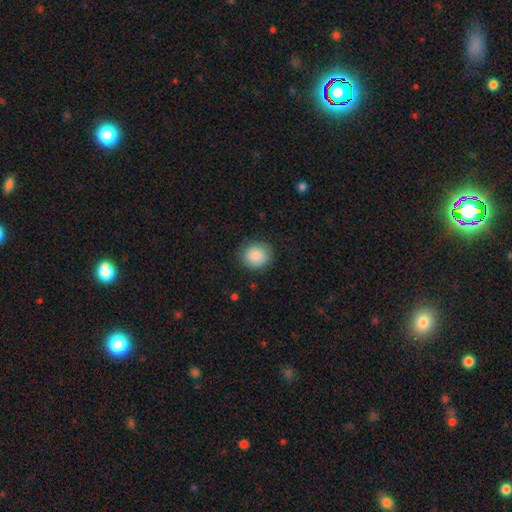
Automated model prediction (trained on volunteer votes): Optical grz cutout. It shows a smooth galaxy with no disk features (86%) that is round (82%). Merging: none (85%).